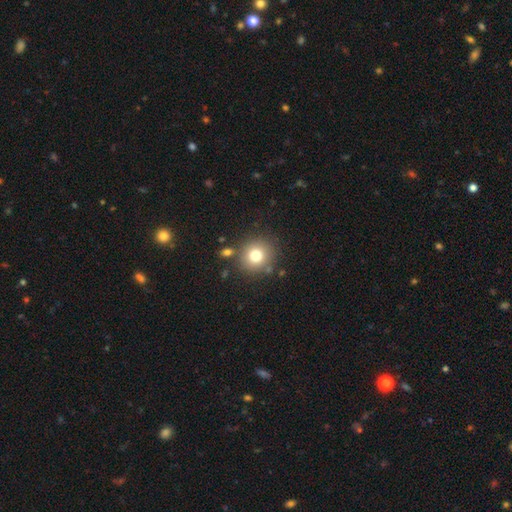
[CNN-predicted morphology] Smooth or featured? Predicted: smooth (p=0.76). How rounded? Predicted: round (p=0.89). Merging? Predicted: none (p=0.82).